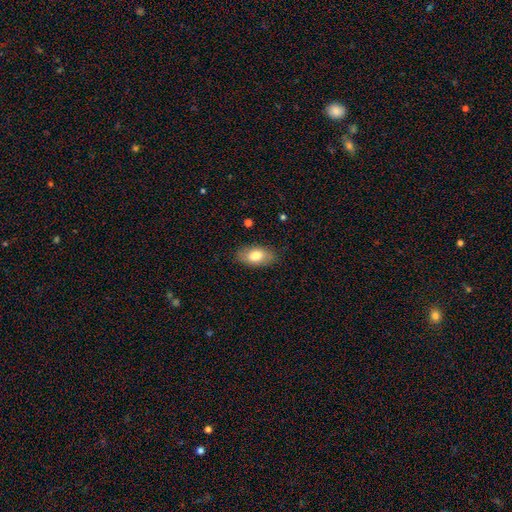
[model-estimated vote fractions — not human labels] A smooth galaxy with no disk features (78%) that is in between round and cigar-shaped (92%).

Vote fractions:
- Smooth or featured? smooth: 78% / featured or disk: 16% / star or artifact: 7%
- How rounded? in between: 92% / round: 6% / cigar-shaped: 2%
- Merging? none: 83% / minor disturbance: 13% / major disturbance: 3% / merger: 1%